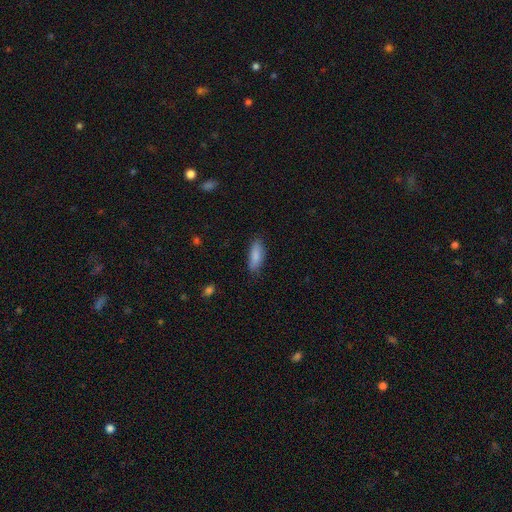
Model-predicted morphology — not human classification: Smooth or featured? smooth (86%)
How rounded? in between (69%)
Merging? none (80%)